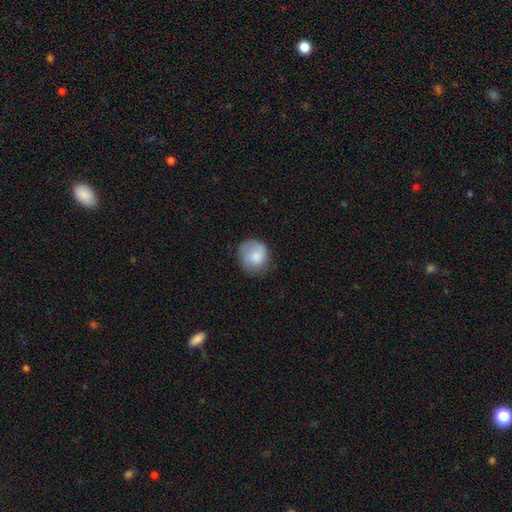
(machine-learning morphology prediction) Smooth or featured?
  - smooth: 76% *
  - featured or disk: 17%
  - star or artifact: 7%
How rounded?
  - round: 81% *
  - in between: 18%
  - cigar-shaped: 1%
Merging?
  - none: 65% *
  - minor disturbance: 25%
  - major disturbance: 9%
  - merger: 1%